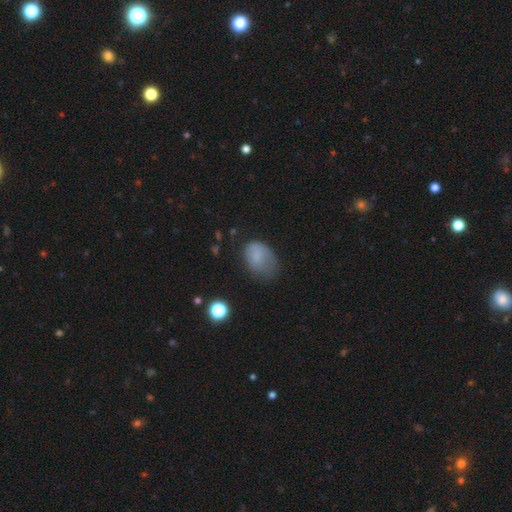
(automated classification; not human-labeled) Overall: smooth (74%). How rounded: in between (79%). Merging: none (44%; minor disturbance 35%).